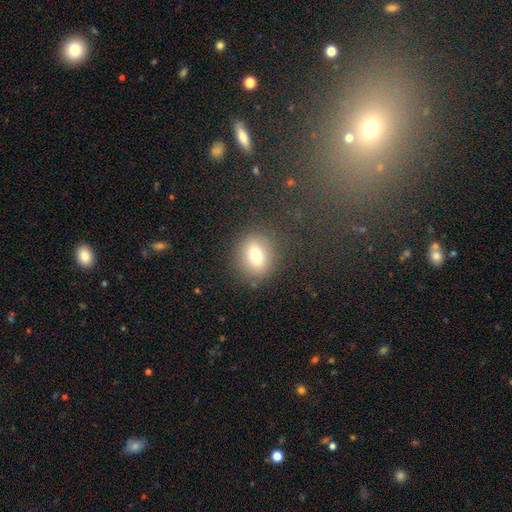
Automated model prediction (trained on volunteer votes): This appears to be a smooth galaxy with no disk features (73%) that is round (54%). Merging: none (82%).